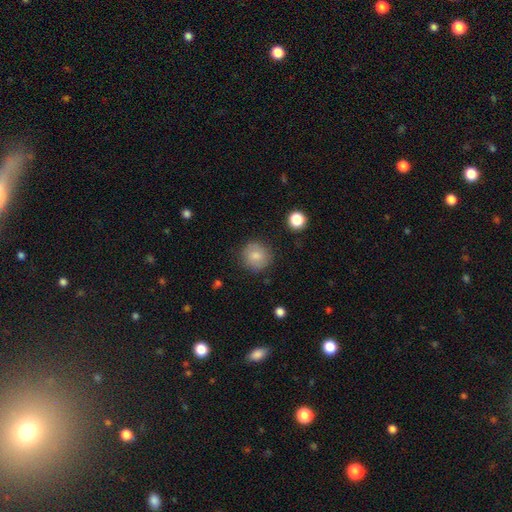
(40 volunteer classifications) Volunteers were most divided on "merging": none: 92%, minor disturbance: 5%, major disturbance: 3%, merger: 0%. More confident: how rounded — round (97%); smooth or featured — smooth (92%).